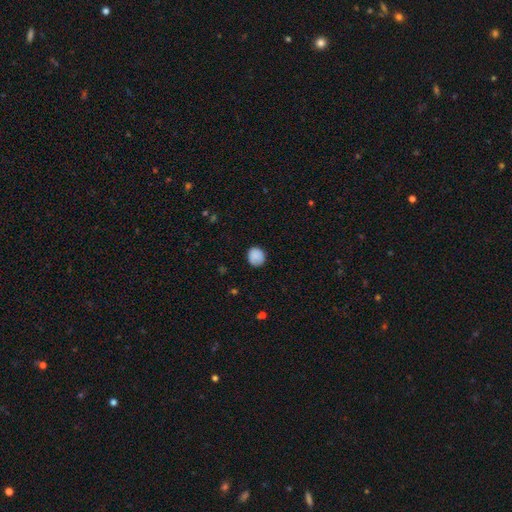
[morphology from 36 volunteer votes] smooth 92%, star or artifact 6%, featured or disk 3%. Down the decision tree: how rounded — round (82%); merging — none (82%).